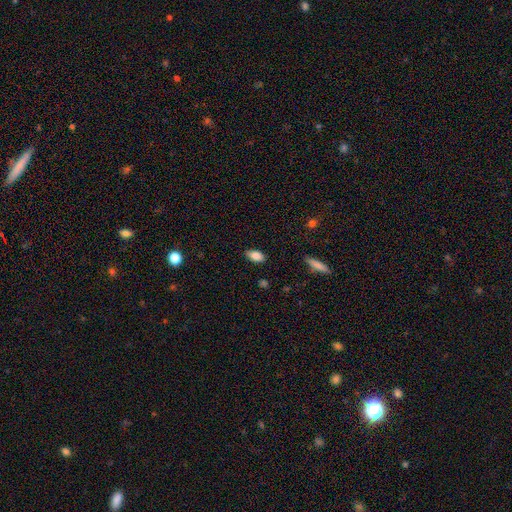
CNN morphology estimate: Smooth or featured? Predicted: smooth (p=0.83). How rounded? Predicted: in between (p=0.89). Merging? Predicted: none (p=0.85).